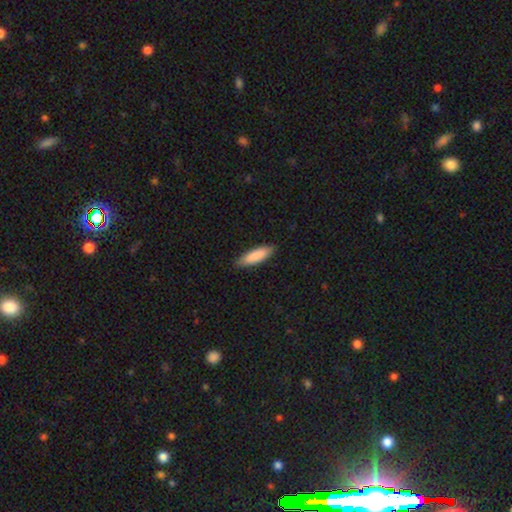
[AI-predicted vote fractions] smooth-or-featured: smooth: 87% | featured or disk: 8% | star or artifact: 5%
  how-rounded: cigar-shaped: 55% | in between: 44% | round: 1%
  merging: none: 86% | minor disturbance: 11% | major disturbance: 2% | merger: 1%